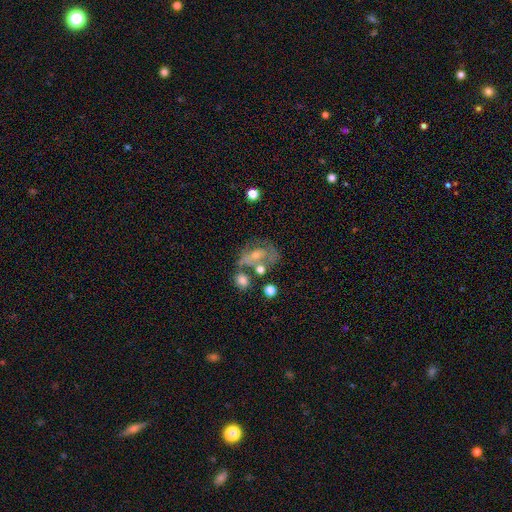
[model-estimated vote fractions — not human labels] smooth_or_featured: featured or disk (p=0.57) [alt: smooth p=0.27]
disk_edge_on: no (p=0.93) [alt: yes p=0.07]
bar: no (p=0.52) [alt: weak p=0.34]
has_spiral_arms: yes (p=0.51) [alt: no p=0.49]
bulge_size: small (p=0.48) [alt: moderate p=0.40]
merging: none (p=0.37) [alt: major disturbance p=0.22]